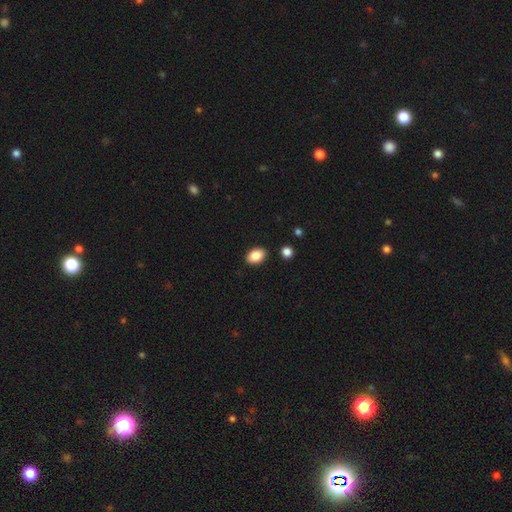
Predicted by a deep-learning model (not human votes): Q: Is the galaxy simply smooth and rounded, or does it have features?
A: smooth — 87%.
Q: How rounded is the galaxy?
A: in between — 84%.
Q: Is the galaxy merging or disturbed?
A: none — 88%.